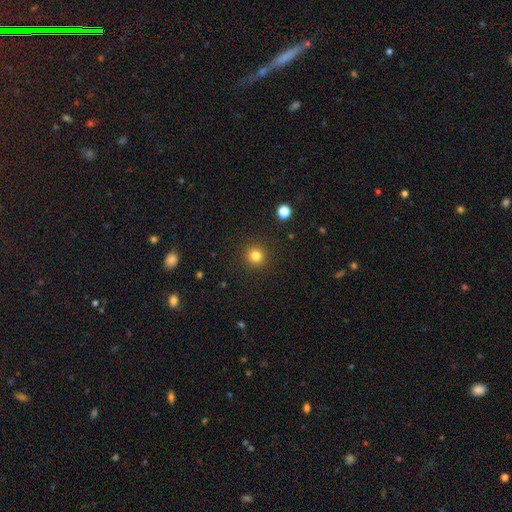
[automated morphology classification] smooth 82%, star or artifact 13%, featured or disk 5%. Down the decision tree: how rounded — round (94%); merging — none (92%).